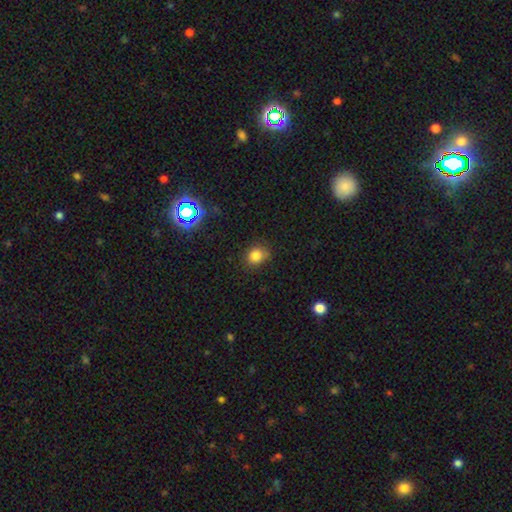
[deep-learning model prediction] This is clearly a smooth galaxy (81%). How rounded: likely round (72%). Merging: likely none (74%).